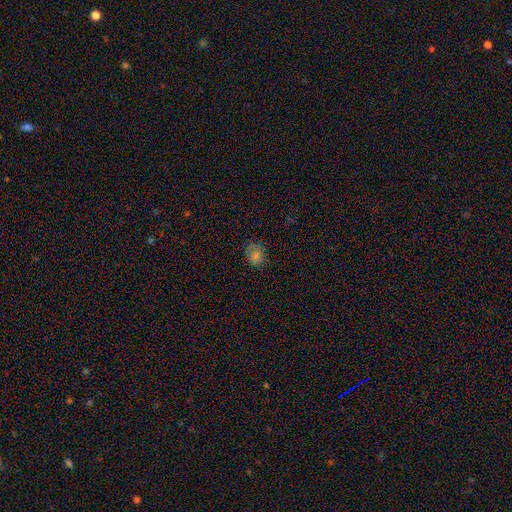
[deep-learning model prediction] Smooth or featured: smooth — 71% (star or artifact — 20%)
How rounded: round — 59% (in between — 40%)
Merging: none — 73% (minor disturbance — 20%)